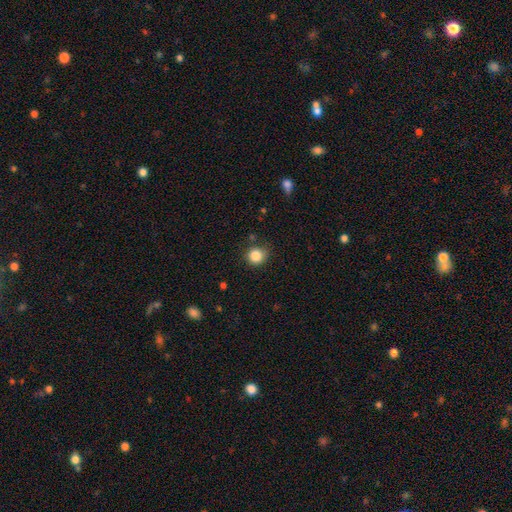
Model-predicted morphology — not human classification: A smooth galaxy with no disk features (85%) that is round (86%).

Vote fractions:
- Smooth or featured? smooth: 85% / star or artifact: 11% / featured or disk: 5%
- How rounded? round: 86% / in between: 13% / cigar-shaped: 1%
- Merging? none: 79% / minor disturbance: 15% / major disturbance: 3% / merger: 3%